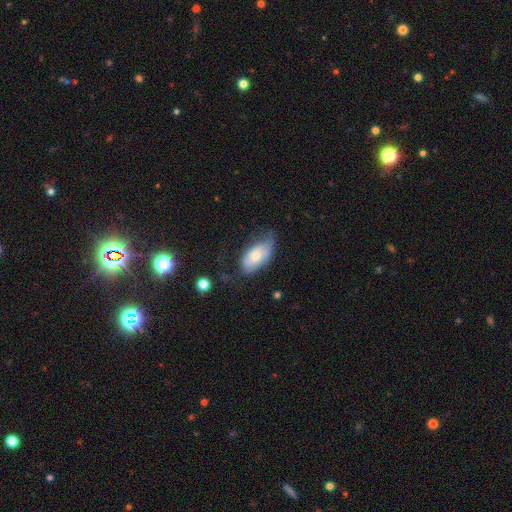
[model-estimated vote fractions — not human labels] Smooth or featured?
  - smooth: 60% *
  - featured or disk: 33%
  - star or artifact: 7%
How rounded?
  - in between: 92% *
  - cigar-shaped: 4%
  - round: 3%
Merging?
  - none: 46% *
  - minor disturbance: 35%
  - major disturbance: 17%
  - merger: 3%